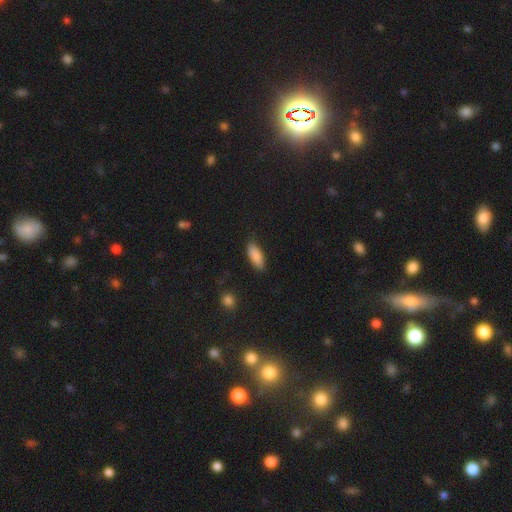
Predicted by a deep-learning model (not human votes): The model was most divided on "how rounded": in between: 77%, cigar-shaped: 21%, round: 2%. More confident: smooth or featured — smooth (88%); merging — none (82%).